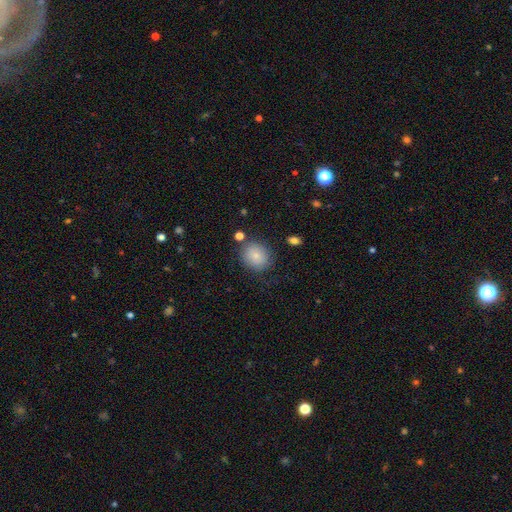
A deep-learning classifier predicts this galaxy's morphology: Overall: smooth (83%). How rounded: round (72%). Merging: none (78%).